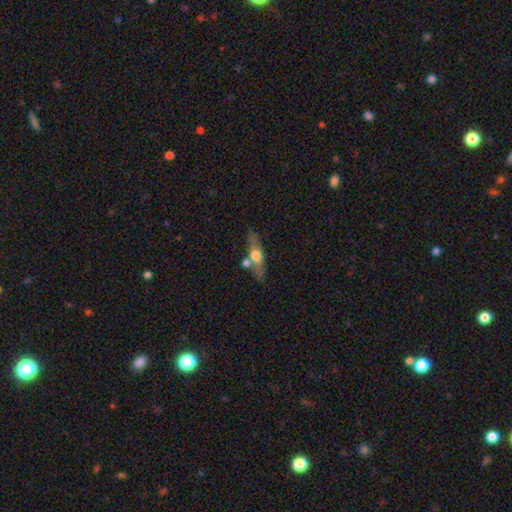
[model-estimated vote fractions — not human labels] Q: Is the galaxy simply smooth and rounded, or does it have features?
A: featured or disk — 53%.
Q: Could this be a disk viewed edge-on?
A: yes — 81%.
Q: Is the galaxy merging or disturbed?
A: none — 65%.